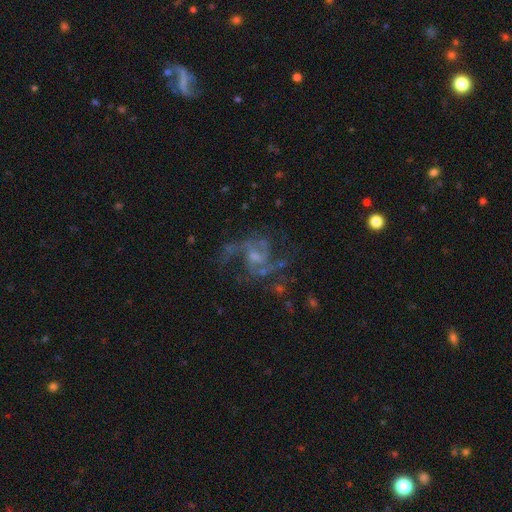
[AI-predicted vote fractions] Smooth or featured? featured or disk (82%)
Edge-on disk? no (98%)
Bar? weak (47%)
Spiral arms? yes (89%)
Spiral winding? loose (46%)
Spiral arm count? 2 (59%)
Bulge size? small (46%)
Merging? none (53%)